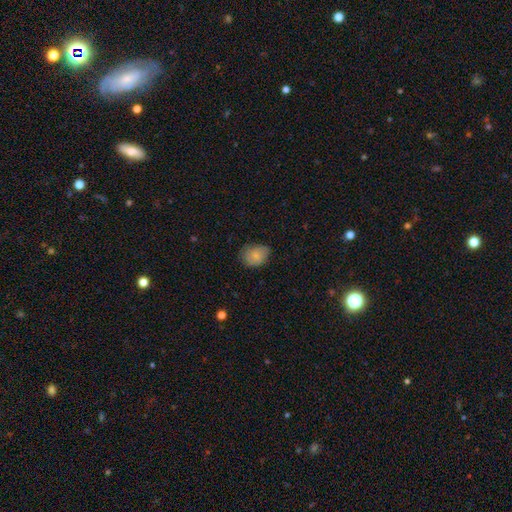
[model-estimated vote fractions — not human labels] Overall: smooth (79%). How rounded: in between (62%; round 37%). Merging: none (63%; minor disturbance 29%).